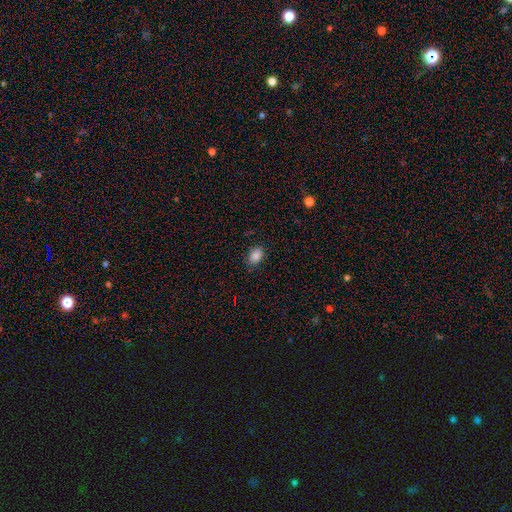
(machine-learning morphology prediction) A smooth galaxy with no disk features (87%) that is in between round and cigar-shaped (79%). Merging: none (84%).